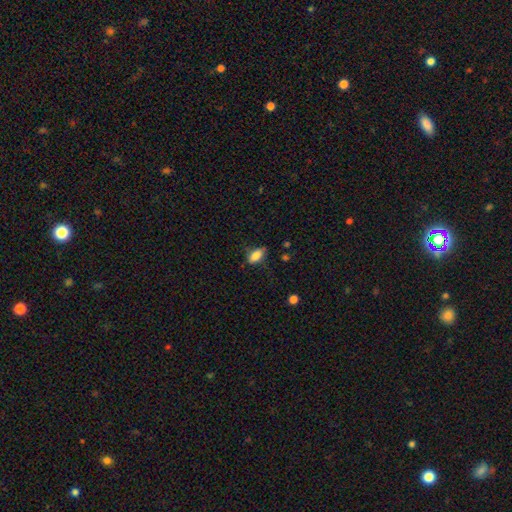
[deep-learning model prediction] Overall: smooth (82%). How rounded: in between (88%). Merging: none (63%; minor disturbance 27%).